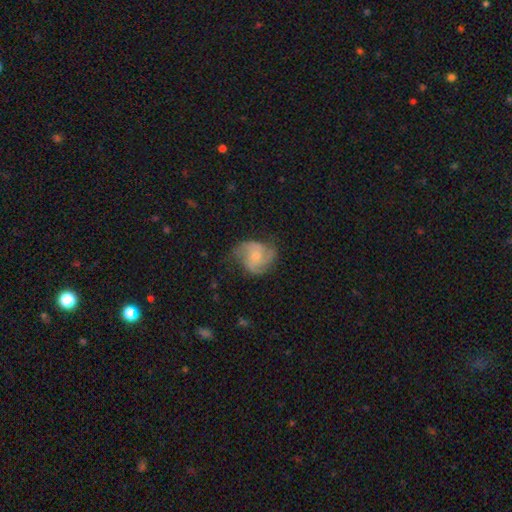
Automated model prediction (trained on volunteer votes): A featured or disk galaxy (72%) with no bar (68%), 3 (41%) medium (50%) spiral arms (93%) and a small central bulge (54%). Merging: none (61%).